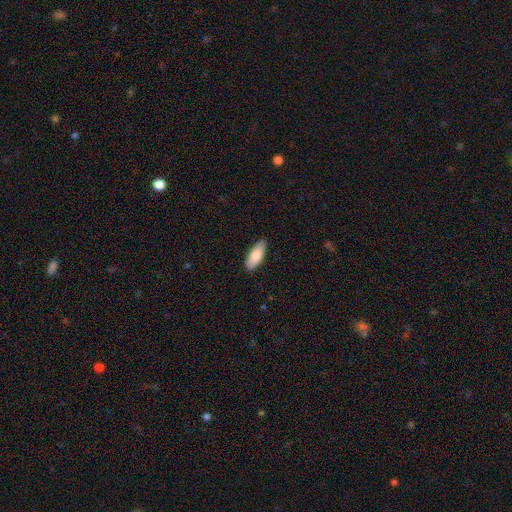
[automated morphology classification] smooth_or_featured: smooth (p=0.84) [alt: featured or disk p=0.11]
how_rounded: in between (p=0.81) [alt: cigar-shaped p=0.17]
merging: none (p=0.87) [alt: minor disturbance p=0.10]